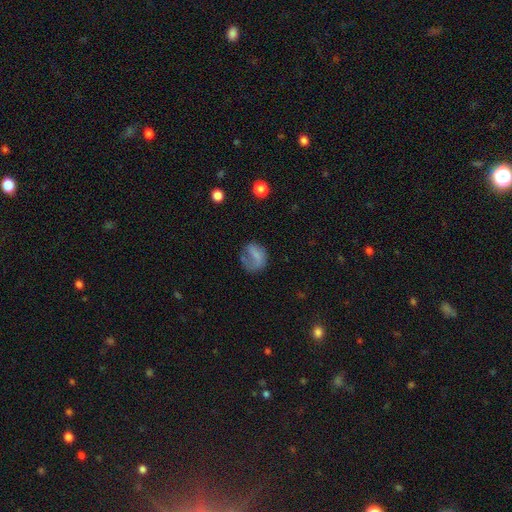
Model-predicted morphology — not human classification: Overall: smooth (61%; featured or disk 28%). How rounded: round (55%; in between 43%). Merging: none (39%; major disturbance 35%).